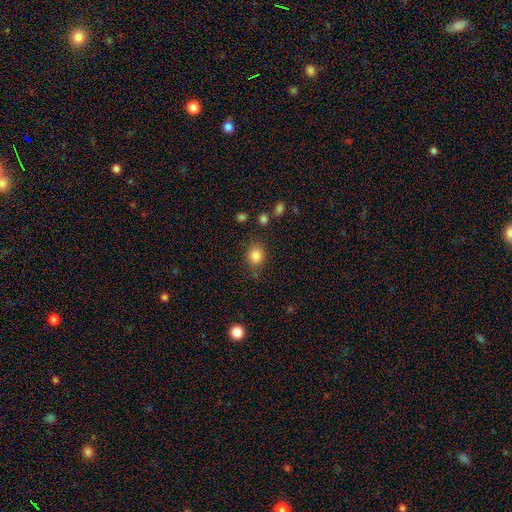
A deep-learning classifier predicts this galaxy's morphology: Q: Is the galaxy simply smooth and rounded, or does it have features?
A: smooth — 84%.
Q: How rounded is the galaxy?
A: round — 65%.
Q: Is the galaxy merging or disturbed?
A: none — 75%.